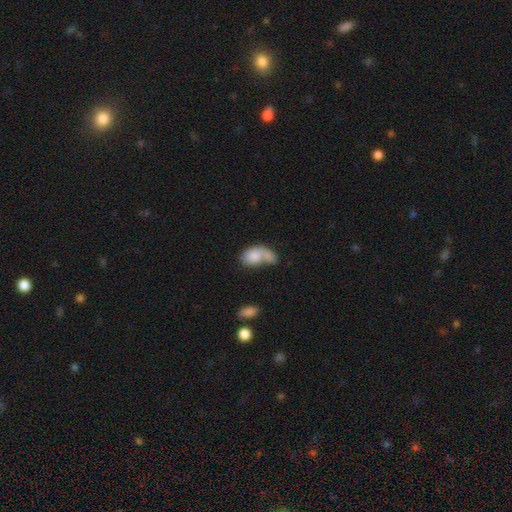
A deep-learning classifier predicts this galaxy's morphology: smooth 76%, featured or disk 17%, star or artifact 7%. Down the decision tree: how rounded — in between (82%); merging — merger (49%).